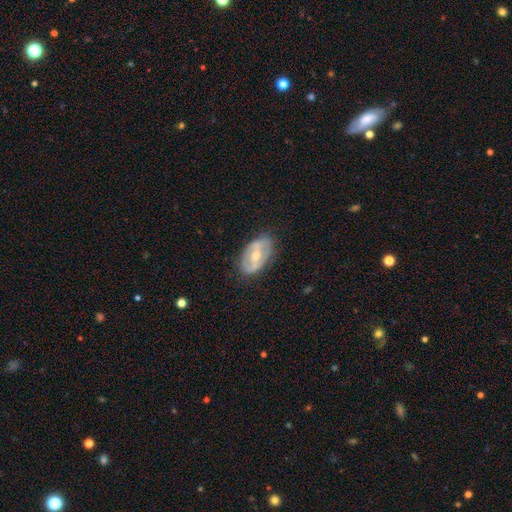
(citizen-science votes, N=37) Volunteers were most divided on "bar": strong: 44%, weak: 30%, no: 26%. More confident: edge-on disk — no (90%); merging — none (86%); smooth or featured — featured or disk (81%); spiral arms — no (63%); bulge size — moderate (59%).